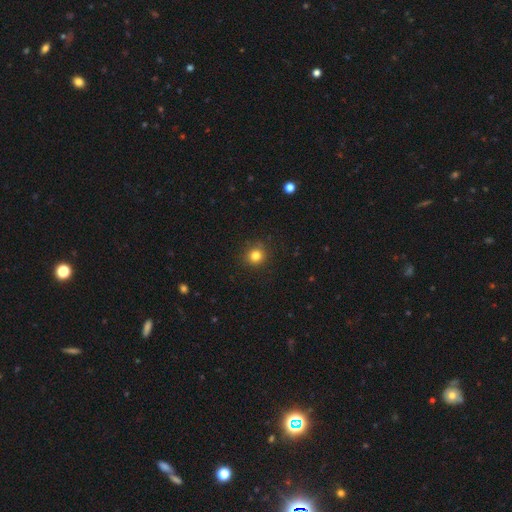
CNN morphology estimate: Q: Smooth or featured?
A: smooth (81%); runner-up: star or artifact (13%)
Q: How rounded?
A: round (93%); runner-up: in between (6%)
Q: Merging?
A: none (90%); runner-up: minor disturbance (7%)